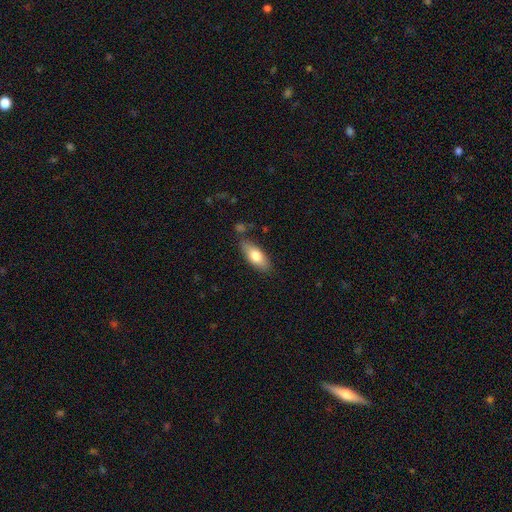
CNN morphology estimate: A smooth galaxy with no disk features (74%) that is in between round and cigar-shaped (77%).

Vote fractions:
- Smooth or featured? smooth: 74% / featured or disk: 20% / star or artifact: 6%
- How rounded? in between: 77% / cigar-shaped: 21% / round: 3%
- Merging? none: 78% / minor disturbance: 15% / merger: 4% / major disturbance: 3%